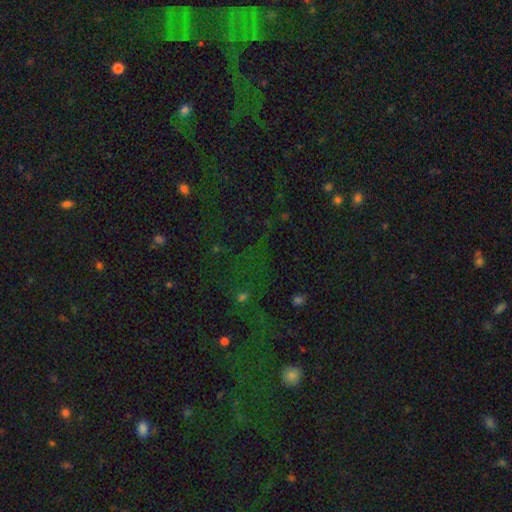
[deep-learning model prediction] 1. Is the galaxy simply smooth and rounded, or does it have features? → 71% star or artifact, 18% smooth, 10% featured or disk.